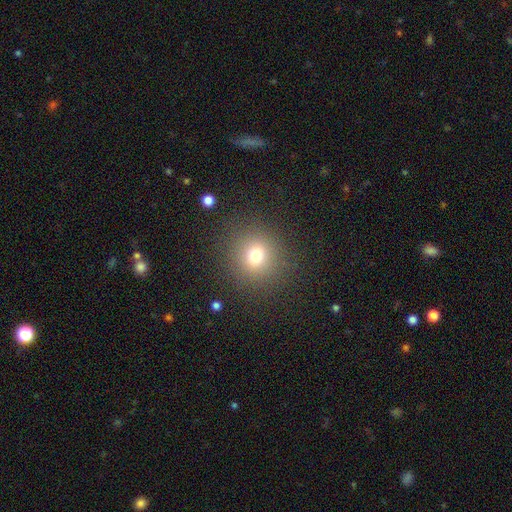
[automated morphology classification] A smooth galaxy with no disk features (73%) that is round (88%).

Vote fractions:
- Smooth or featured? smooth: 73% / star or artifact: 17% / featured or disk: 9%
- How rounded? round: 88% / in between: 12% / cigar-shaped: 1%
- Merging? none: 87% / minor disturbance: 7% / major disturbance: 4% / merger: 1%